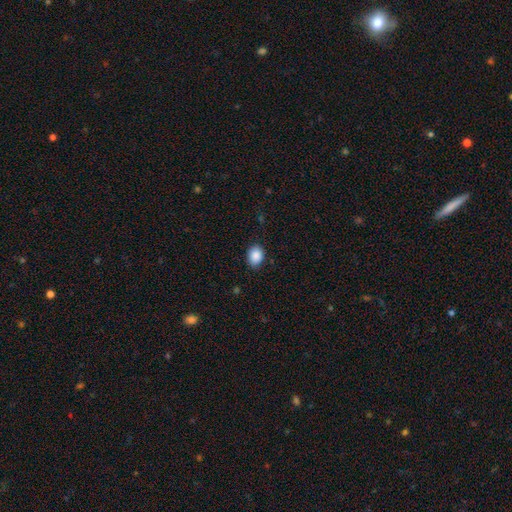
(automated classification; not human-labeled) Smooth or featured? Predicted: smooth (p=0.89). How rounded? Predicted: in between (p=0.67). Merging? Predicted: none (p=0.84).